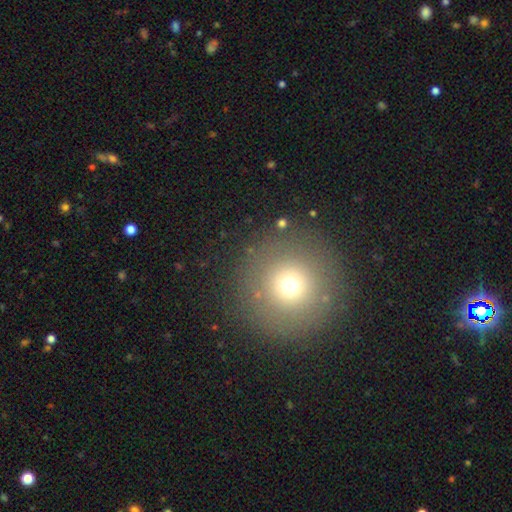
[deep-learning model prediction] Overall: smooth (67%). How rounded: round (96%). Merging: none (89%).